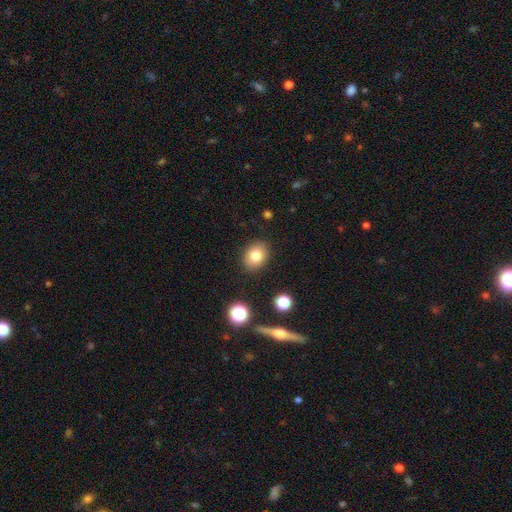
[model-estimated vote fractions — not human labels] smooth_or_featured: smooth (p=0.80) [alt: star or artifact p=0.11]
how_rounded: in between (p=0.53) [alt: round p=0.46]
merging: none (p=0.88) [alt: minor disturbance p=0.08]